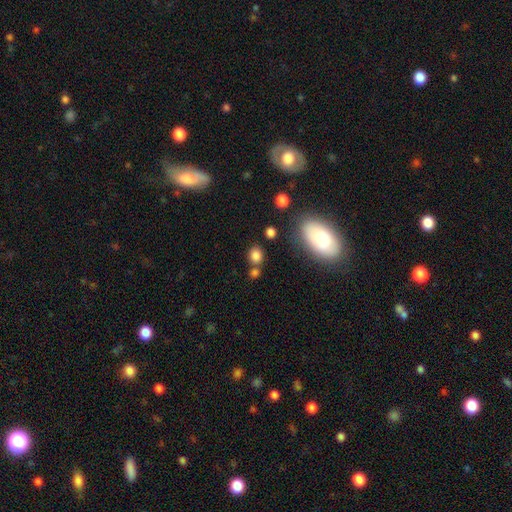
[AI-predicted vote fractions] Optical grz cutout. It shows a smooth galaxy with no disk features (81%) that is round (64%). Merging: none (71%).